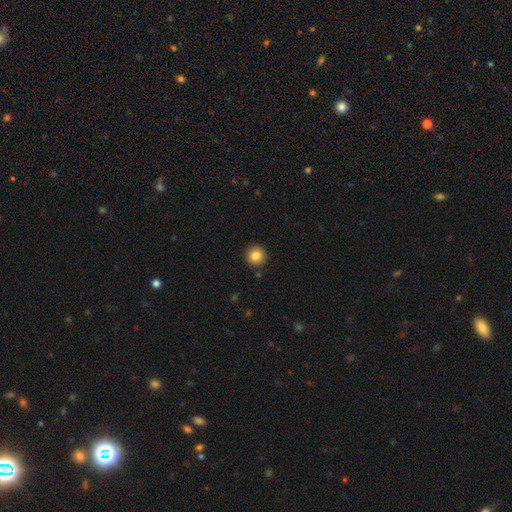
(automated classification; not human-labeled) Overall: smooth (85%). How rounded: round (95%). Merging: none (91%).